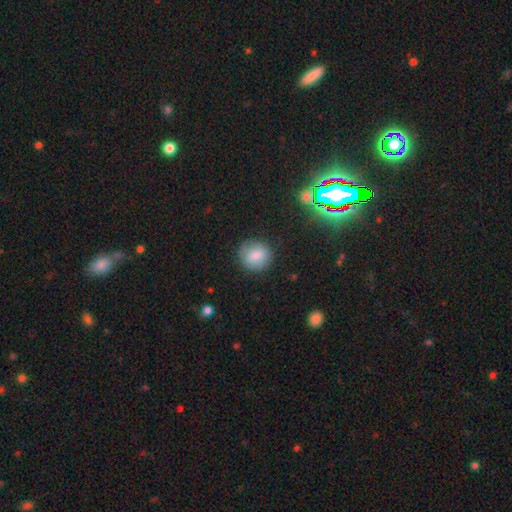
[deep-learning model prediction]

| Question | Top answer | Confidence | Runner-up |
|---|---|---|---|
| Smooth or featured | smooth | 80% | featured or disk (11%) |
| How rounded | round | 83% | in between (16%) |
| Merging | none | 82% | minor disturbance (13%) |